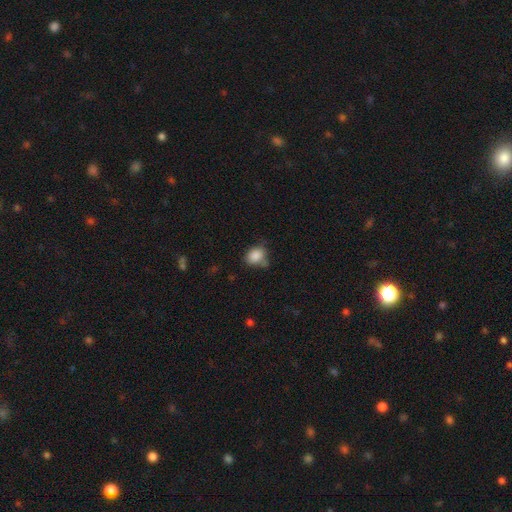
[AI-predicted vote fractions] Smooth or featured?
  - smooth: 86% *
  - star or artifact: 9%
  - featured or disk: 5%
How rounded?
  - in between: 53% *
  - round: 46%
  - cigar-shaped: 1%
Merging?
  - none: 59% *
  - minor disturbance: 25%
  - merger: 9%
  - major disturbance: 7%